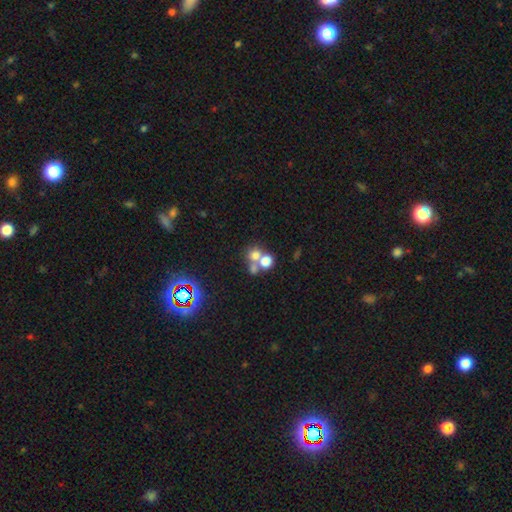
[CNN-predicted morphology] A smooth galaxy with no disk features (66%) that is round (79%). Merging: merger (53%).